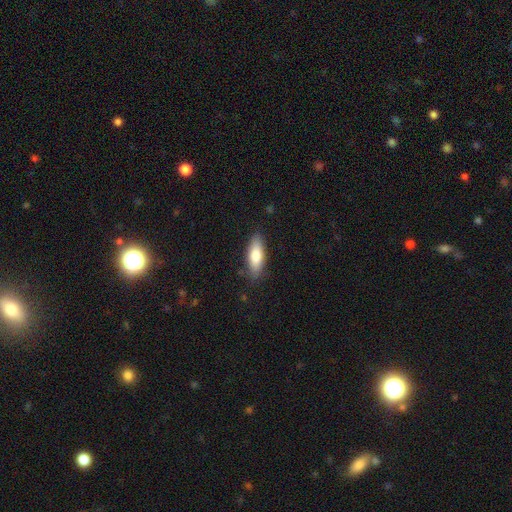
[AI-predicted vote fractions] Q: Smooth or featured?
A: smooth (80%); runner-up: featured or disk (14%)
Q: How rounded?
A: in between (66%); runner-up: cigar-shaped (32%)
Q: Merging?
A: none (84%); runner-up: minor disturbance (12%)